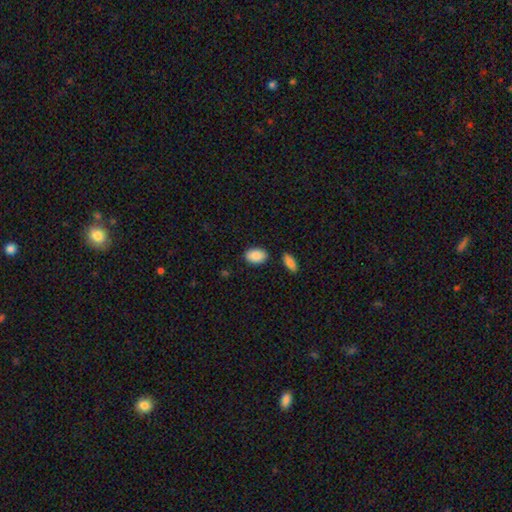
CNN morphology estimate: The model was most divided on "merging": none: 83%, minor disturbance: 10%, merger: 4%, major disturbance: 3%. More confident: smooth or featured — smooth (89%); how rounded — in between (88%).